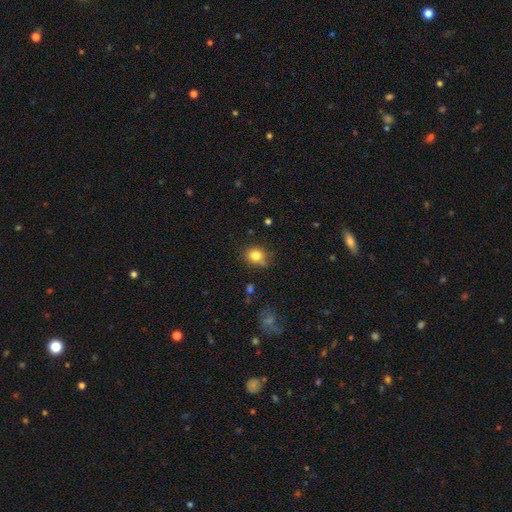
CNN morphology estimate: smooth_or_featured: smooth (p=0.82) [alt: star or artifact p=0.11]
how_rounded: round (p=0.65) [alt: in between p=0.34]
merging: none (p=0.66) [alt: minor disturbance p=0.25]